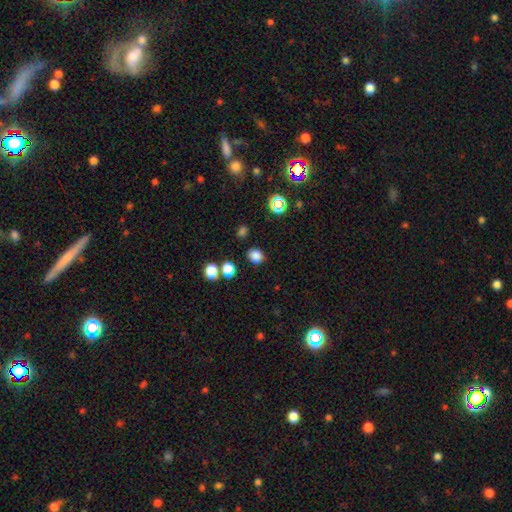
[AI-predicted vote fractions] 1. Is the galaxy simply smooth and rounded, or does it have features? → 82% smooth, 14% star or artifact, 4% featured or disk.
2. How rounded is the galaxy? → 66% round, 33% in between, 1% cigar-shaped.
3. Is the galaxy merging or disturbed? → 83% none, 9% minor disturbance, 5% merger, 3% major disturbance.